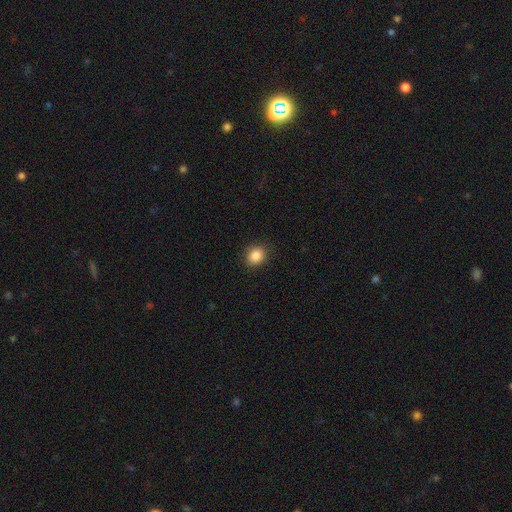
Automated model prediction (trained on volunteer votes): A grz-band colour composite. It shows a smooth galaxy with no disk features (86%) that is round (78%). Merging: none (88%).